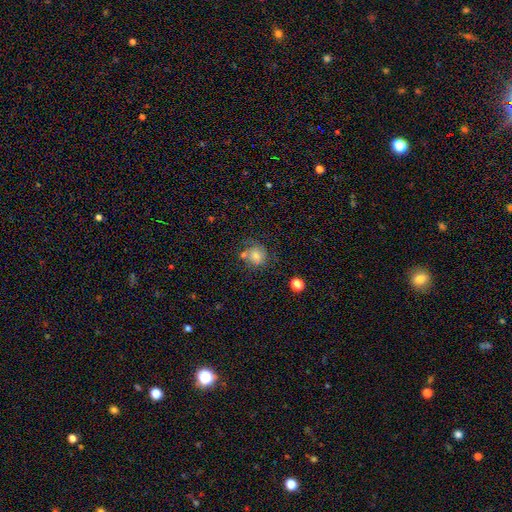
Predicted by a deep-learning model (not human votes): Smooth or featured?
  - smooth: 63% *
  - featured or disk: 22%
  - star or artifact: 15%
How rounded?
  - round: 81% *
  - in between: 18%
  - cigar-shaped: 1%
Merging?
  - none: 61% *
  - minor disturbance: 18%
  - merger: 12%
  - major disturbance: 8%